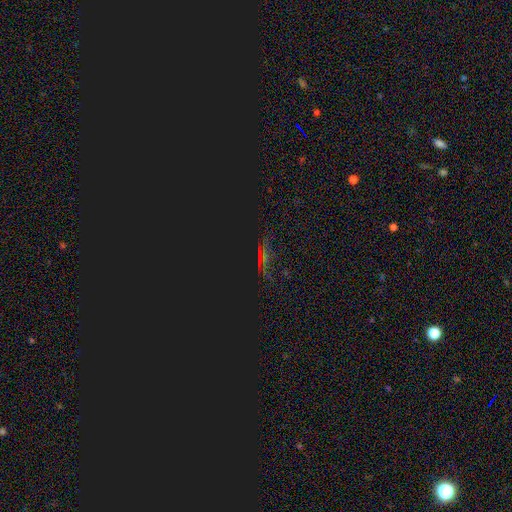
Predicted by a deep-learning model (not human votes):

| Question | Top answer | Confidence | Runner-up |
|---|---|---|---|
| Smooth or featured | star or artifact | 79% | smooth (12%) |